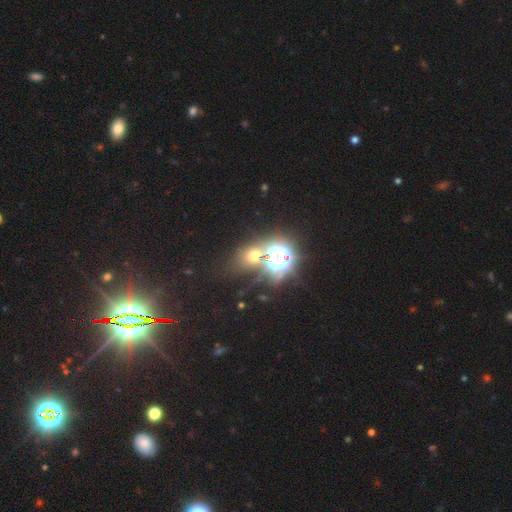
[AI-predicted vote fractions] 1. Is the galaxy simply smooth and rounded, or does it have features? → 54% star or artifact, 37% smooth, 9% featured or disk.